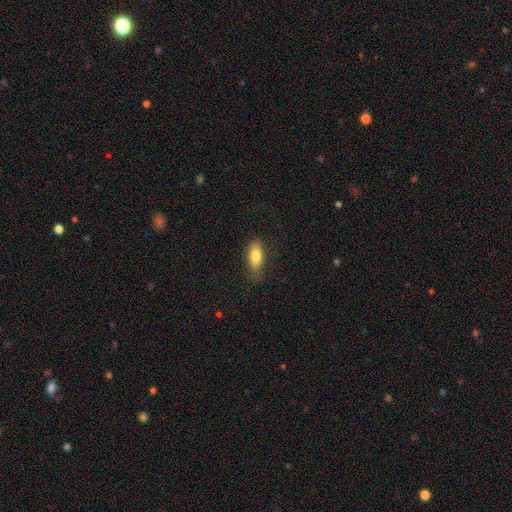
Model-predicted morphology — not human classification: Smooth or featured: smooth — 80% (featured or disk — 13%)
How rounded: in between — 80% (cigar-shaped — 16%)
Merging: none — 76% (minor disturbance — 18%)